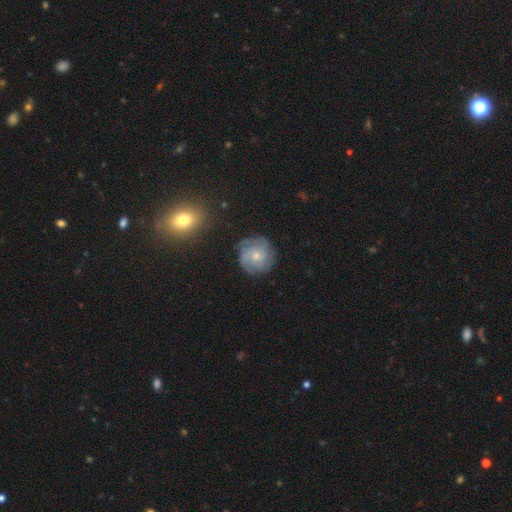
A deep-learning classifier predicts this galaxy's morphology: featured or disk 61%, smooth 30%, star or artifact 9%. Down the decision tree: edge-on disk — no (97%); bar — no (80%); spiral arms — yes (86%); spiral arm count — can't tell (37%); spiral winding — tight (54%); bulge size — small (53%); merging — none (74%).